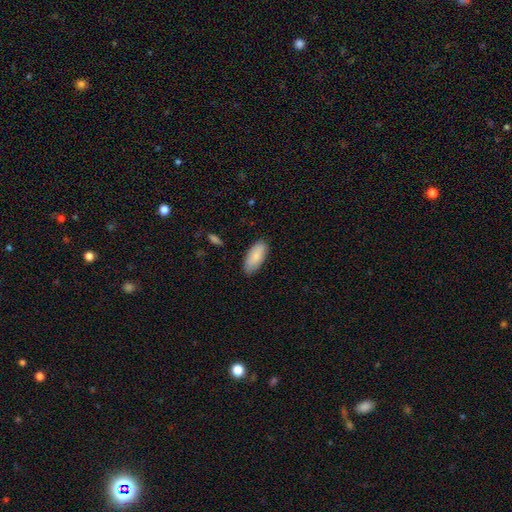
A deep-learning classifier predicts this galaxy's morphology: A smooth galaxy with no disk features (86%) that is in between round and cigar-shaped (89%). Merging: none (82%).